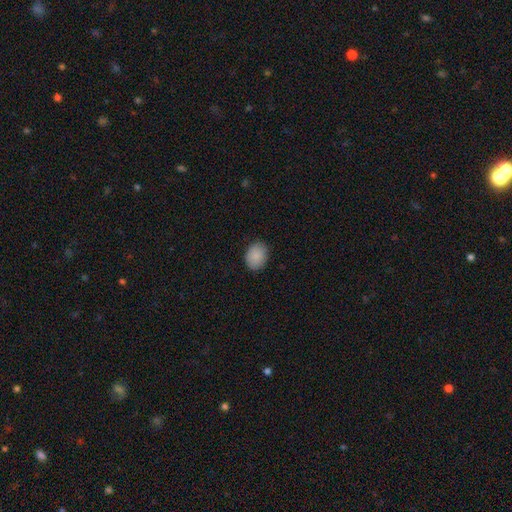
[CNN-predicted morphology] A smooth galaxy with no disk features (88%) that is in between round and cigar-shaped (60%). Merging: none (87%).